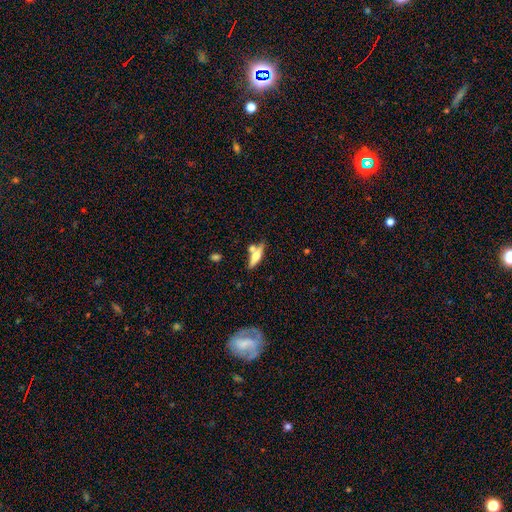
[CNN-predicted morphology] Overall: smooth (49%; featured or disk 44%). Merging: none (59%; merger 23%).